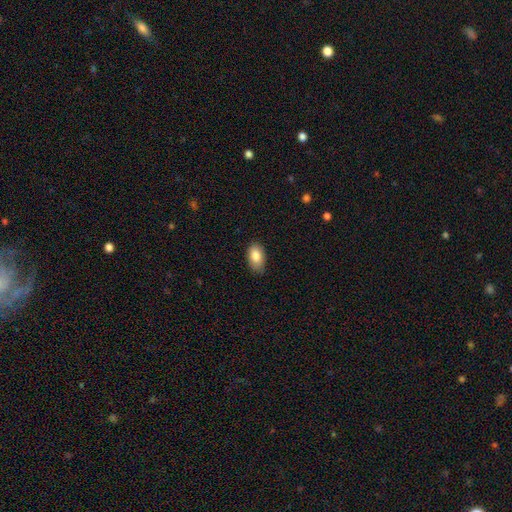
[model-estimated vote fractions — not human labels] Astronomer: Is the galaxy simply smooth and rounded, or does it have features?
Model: smooth — 85%.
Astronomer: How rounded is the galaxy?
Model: in between — 93%.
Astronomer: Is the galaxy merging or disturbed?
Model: none — 78%.